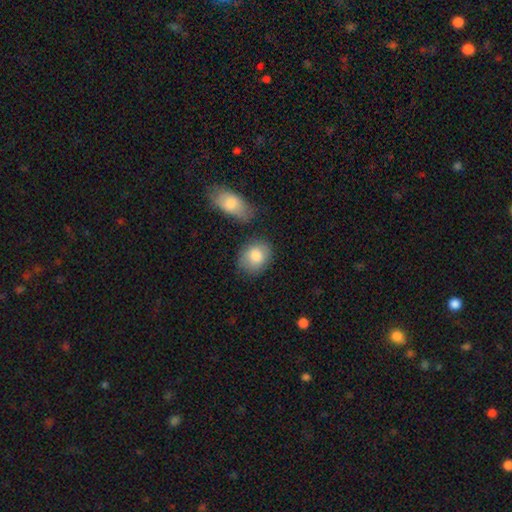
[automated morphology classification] smooth 84%, featured or disk 10%, star or artifact 6%. Down the decision tree: how rounded — in between (52%); merging — none (75%).